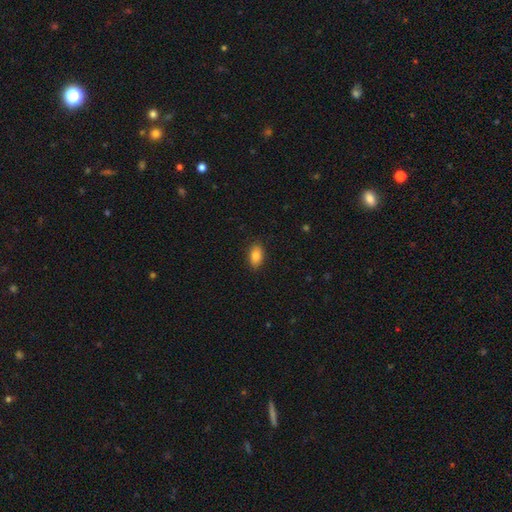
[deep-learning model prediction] Overall: smooth (84%). How rounded: in between (89%). Merging: none (87%).